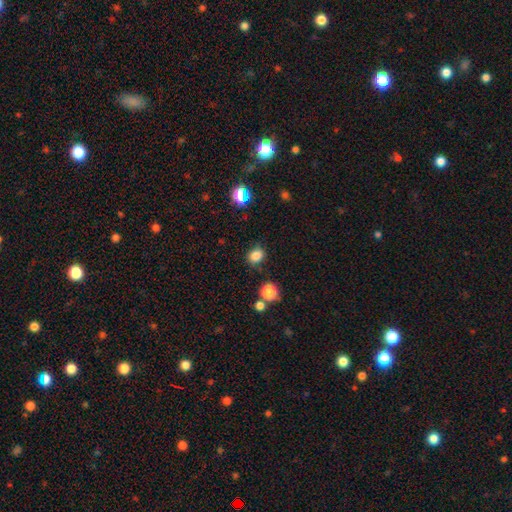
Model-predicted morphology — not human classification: Overall: smooth (81%). How rounded: round (57%; in between 42%). Merging: none (80%).